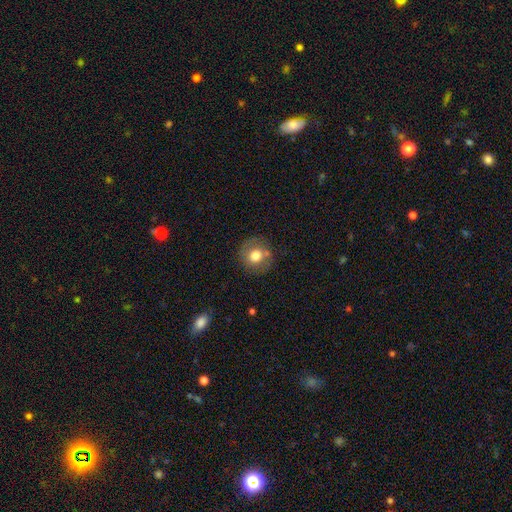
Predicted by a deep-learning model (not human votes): Smooth or featured: smooth — 72% (featured or disk — 19%)
How rounded: round — 88% (in between — 11%)
Merging: none — 78% (minor disturbance — 13%)